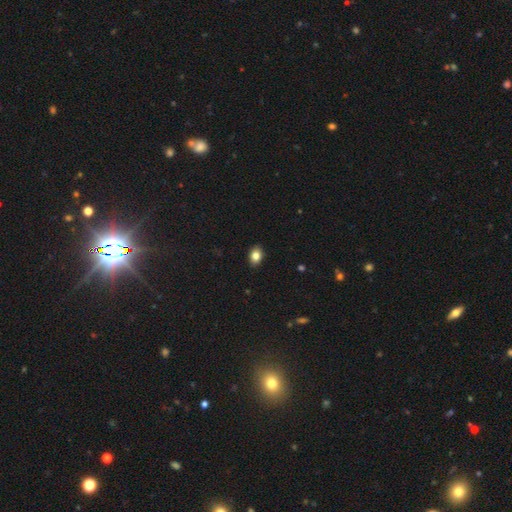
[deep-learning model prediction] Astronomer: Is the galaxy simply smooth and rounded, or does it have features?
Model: smooth — 84%.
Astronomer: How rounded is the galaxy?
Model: in between — 72%.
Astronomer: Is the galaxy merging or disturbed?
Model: none — 89%.